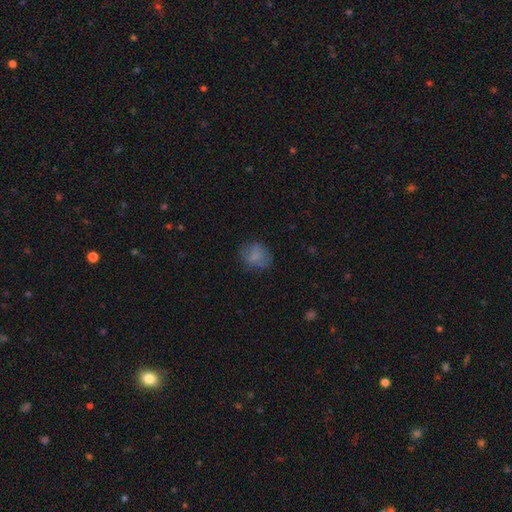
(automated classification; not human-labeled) This is likely a smooth galaxy (76%). How rounded: likely round (63%). Merging: likely none (69%).